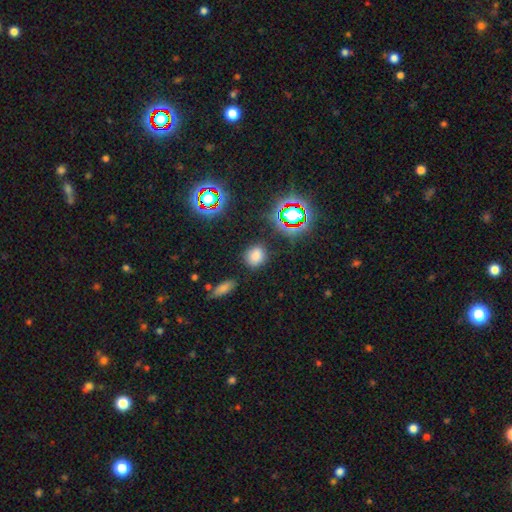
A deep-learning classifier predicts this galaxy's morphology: smooth_or_featured: smooth (p=0.74) [alt: star or artifact p=0.20]
how_rounded: round (p=0.61) [alt: in between p=0.37]
merging: none (p=0.83) [alt: minor disturbance p=0.11]